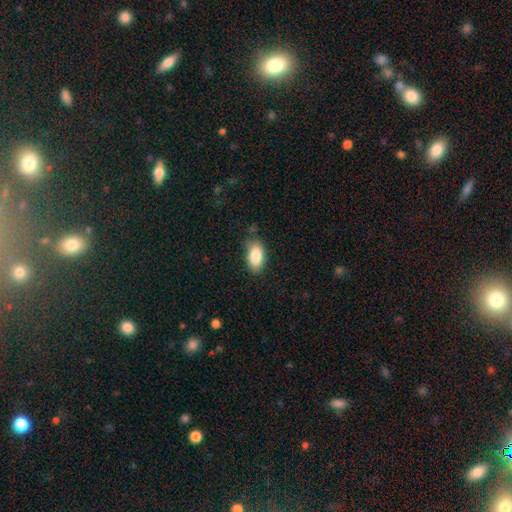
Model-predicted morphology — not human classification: Overall: smooth (87%). How rounded: in between (93%). Merging: none (78%).